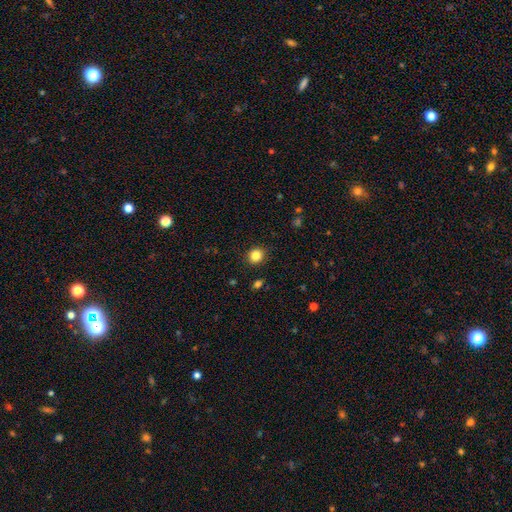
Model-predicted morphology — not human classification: This appears to be a smooth galaxy with no disk features (84%) that is round (83%). Merging: none (89%).